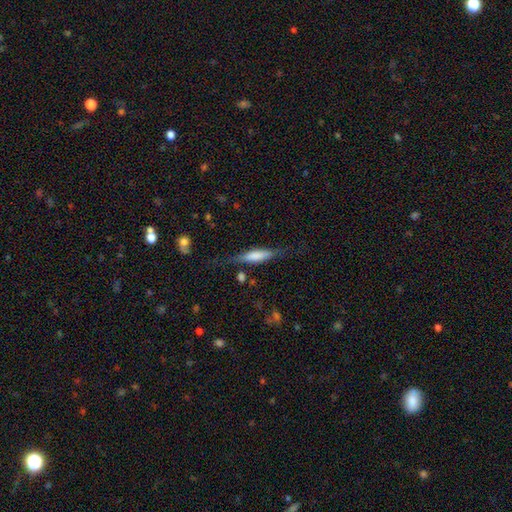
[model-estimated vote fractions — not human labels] smooth 52%, featured or disk 42%, star or artifact 6%. Down the decision tree: how rounded — cigar-shaped (76%); merging — none (73%).